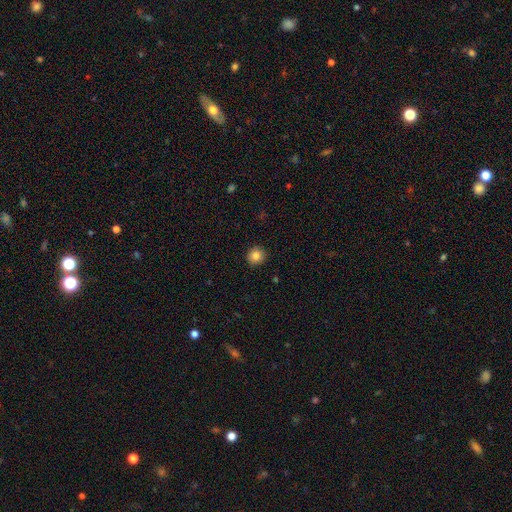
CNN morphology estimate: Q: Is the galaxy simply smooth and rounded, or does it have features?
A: smooth — 84%.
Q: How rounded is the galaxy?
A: round — 92%.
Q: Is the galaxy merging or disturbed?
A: none — 91%.